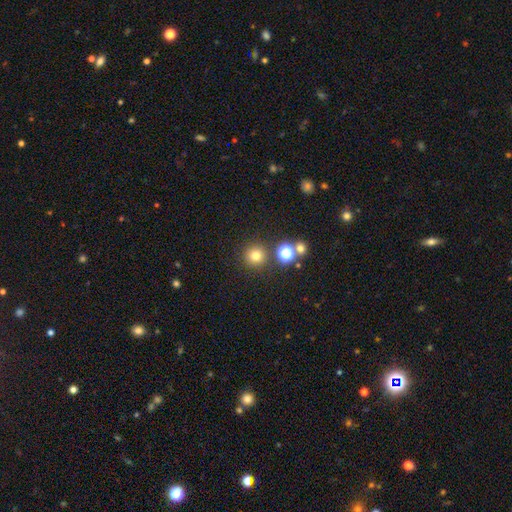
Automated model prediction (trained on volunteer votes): Smooth or featured?
  - smooth: 76% *
  - star or artifact: 18%
  - featured or disk: 6%
How rounded?
  - round: 95% *
  - in between: 4%
  - cigar-shaped: 1%
Merging?
  - none: 84% *
  - merger: 7%
  - minor disturbance: 6%
  - major disturbance: 3%